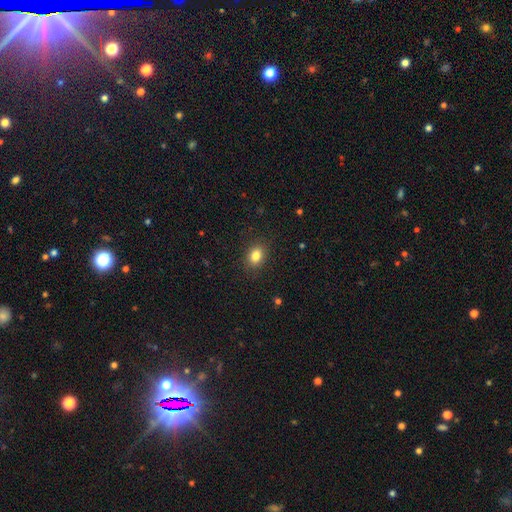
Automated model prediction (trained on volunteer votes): A smooth galaxy with no disk features (83%) that is in between round and cigar-shaped (70%). Merging: none (88%).